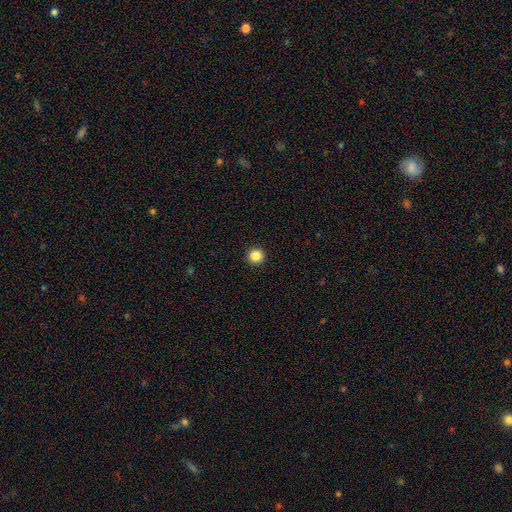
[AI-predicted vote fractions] This appears to be a smooth galaxy with no disk features (86%) that is round (96%). Merging: none (93%).